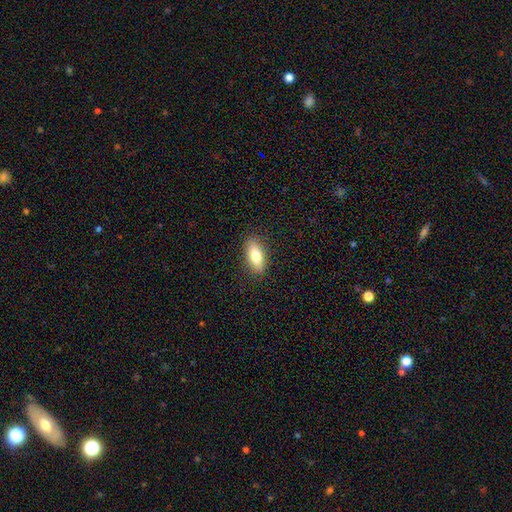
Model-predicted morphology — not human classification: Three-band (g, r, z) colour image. It shows a smooth galaxy with no disk features (77%) that is in between round and cigar-shaped (78%). Merging: none (88%).